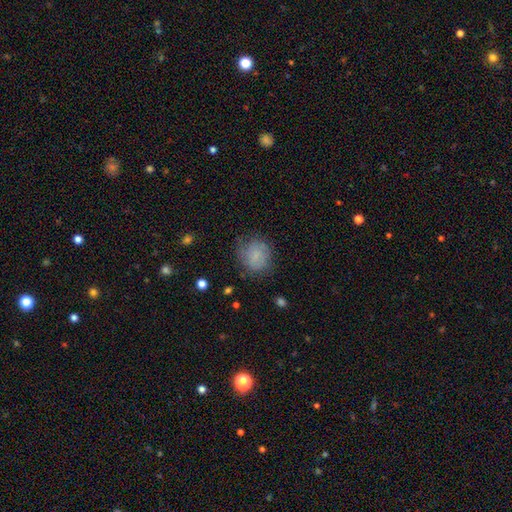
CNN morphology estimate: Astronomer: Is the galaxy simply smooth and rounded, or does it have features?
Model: smooth — 71%.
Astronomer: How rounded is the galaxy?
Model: round — 79%.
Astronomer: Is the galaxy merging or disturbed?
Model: none — 68%.